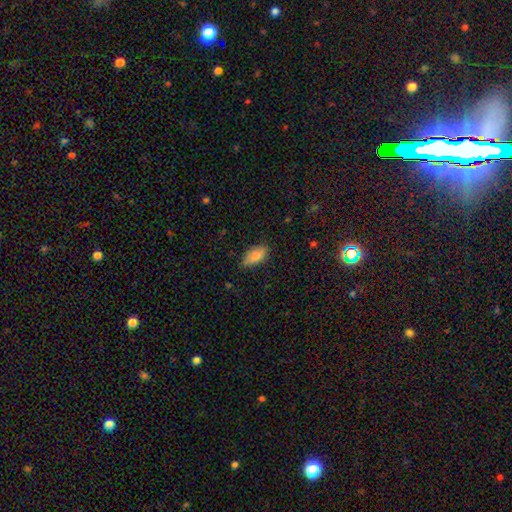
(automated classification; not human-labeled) A smooth galaxy with no disk features (84%) that is in between round and cigar-shaped (90%).

Vote fractions:
- Smooth or featured? smooth: 84% / featured or disk: 9% / star or artifact: 7%
- How rounded? in between: 90% / cigar-shaped: 6% / round: 4%
- Merging? none: 71% / minor disturbance: 24% / major disturbance: 4% / merger: 1%